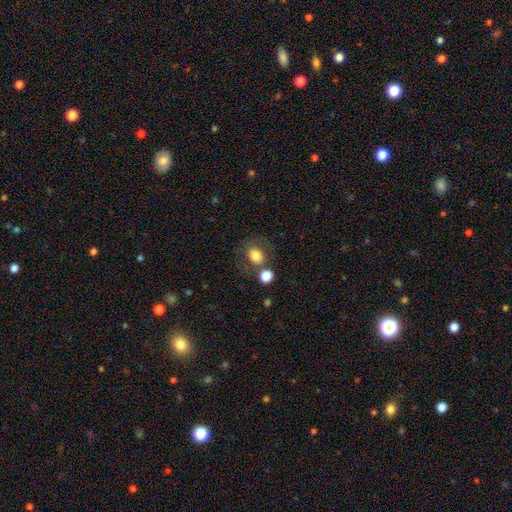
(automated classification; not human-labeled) Smooth or featured: smooth — 74% (featured or disk — 15%)
How rounded: round — 56% (in between — 43%)
Merging: none — 62% (merger — 18%)